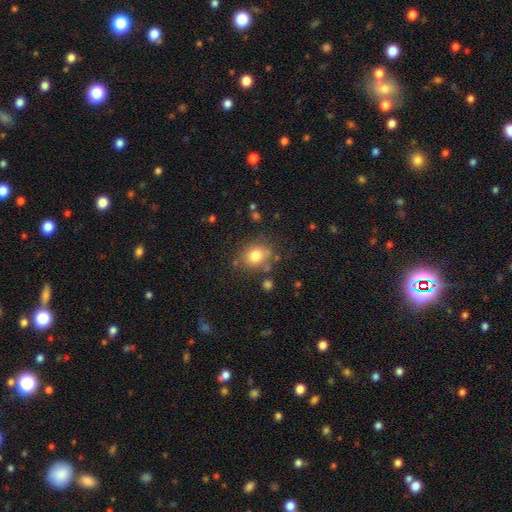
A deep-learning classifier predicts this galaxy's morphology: Smooth or featured? smooth (78%)
How rounded? round (66%)
Merging? none (75%)